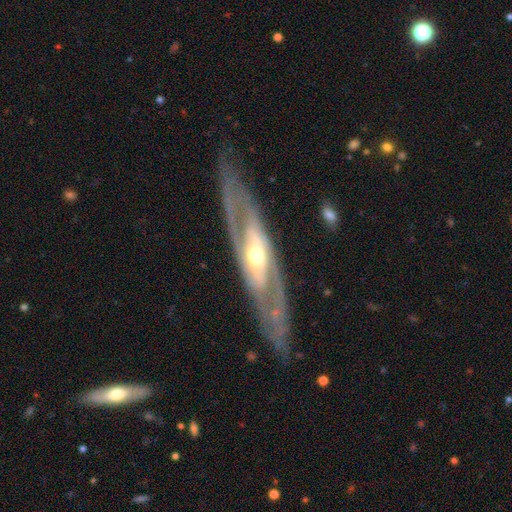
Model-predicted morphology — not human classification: Smooth or featured? featured or disk (86%)
Edge-on disk? no (71%)
Bar? no (59%)
Spiral arms? yes (78%)
Bulge size? moderate (66%)
Merging? none (79%)